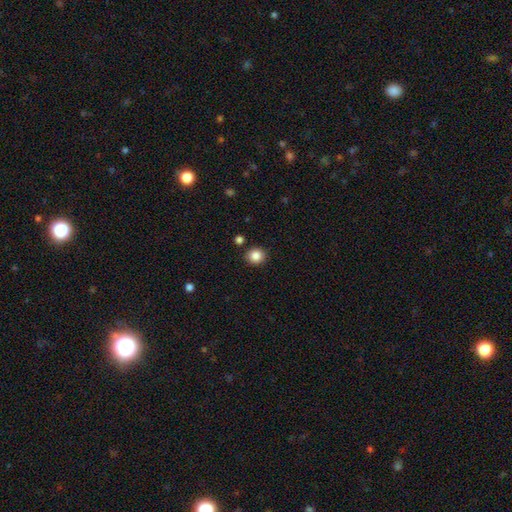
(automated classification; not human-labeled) A smooth galaxy with no disk features (86%) that is round (88%). Merging: none (89%).